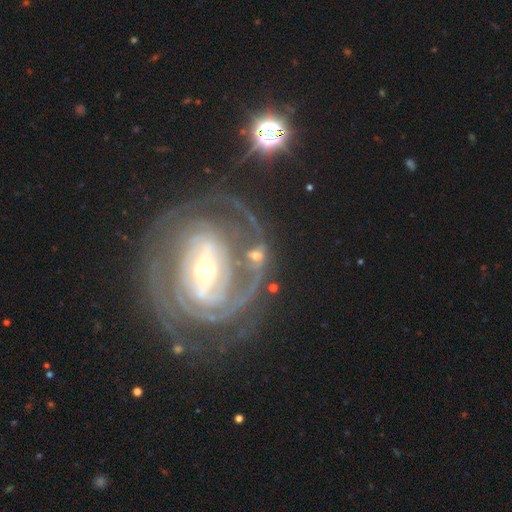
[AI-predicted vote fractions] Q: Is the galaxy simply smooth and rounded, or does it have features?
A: featured or disk — 76%.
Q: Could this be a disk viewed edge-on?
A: no — 93%.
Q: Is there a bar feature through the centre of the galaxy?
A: no — 43%.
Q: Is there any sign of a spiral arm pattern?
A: yes — 79%.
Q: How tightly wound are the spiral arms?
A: medium — 36%, tied with tight.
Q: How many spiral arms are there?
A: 2 — 50%.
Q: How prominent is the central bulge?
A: moderate — 51%.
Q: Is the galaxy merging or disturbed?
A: none — 37%.